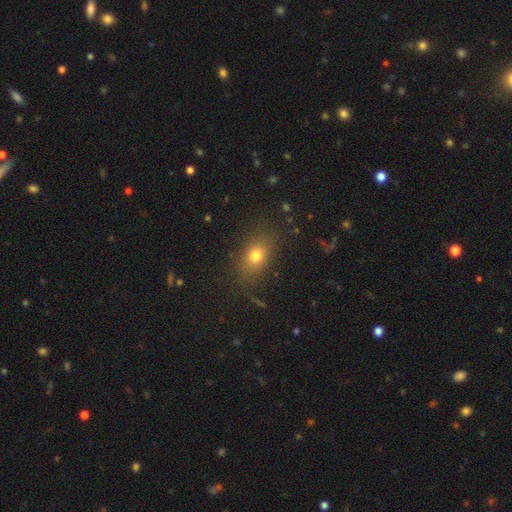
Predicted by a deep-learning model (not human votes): A smooth galaxy with no disk features (75%) that is in between round and cigar-shaped (66%).

Vote fractions:
- Smooth or featured? smooth: 75% / star or artifact: 15% / featured or disk: 11%
- How rounded? in between: 66% / round: 31% / cigar-shaped: 3%
- Merging? none: 83% / minor disturbance: 11% / major disturbance: 4% / merger: 2%